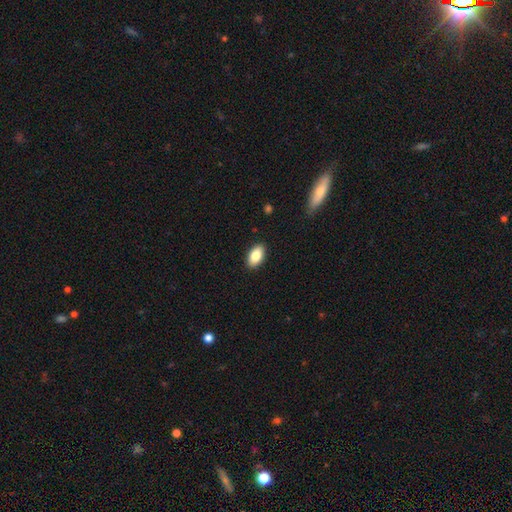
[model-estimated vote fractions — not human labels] Smooth or featured? smooth (84%)
How rounded? in between (93%)
Merging? none (89%)